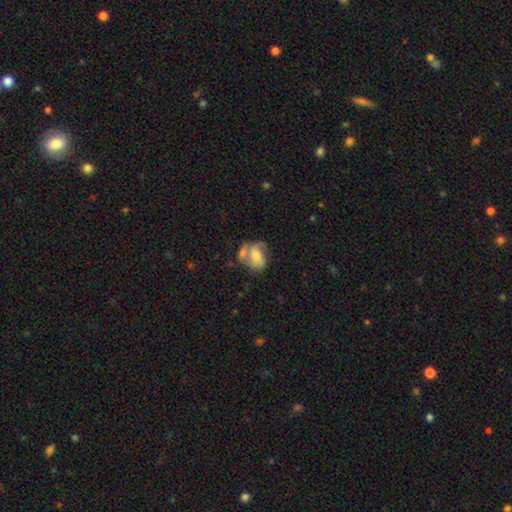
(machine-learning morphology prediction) A smooth galaxy with no disk features (48%).

Vote fractions:
- Smooth or featured? smooth: 48% / featured or disk: 44% / star or artifact: 8%
- Merging? merger: 35% / none: 30% / minor disturbance: 20% / major disturbance: 15%